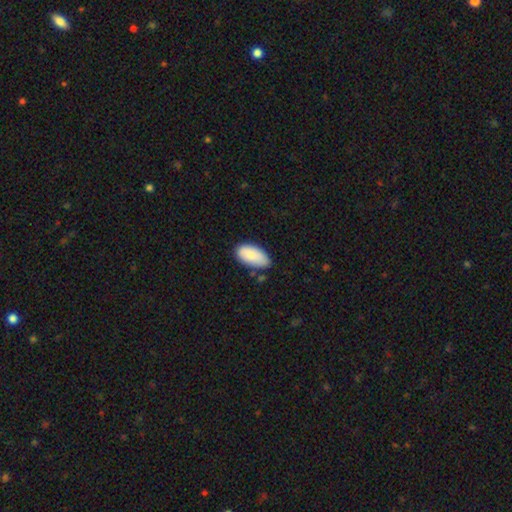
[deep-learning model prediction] Q: Smooth or featured?
A: smooth (82%); runner-up: featured or disk (12%)
Q: How rounded?
A: in between (95%); runner-up: cigar-shaped (3%)
Q: Merging?
A: none (65%); runner-up: minor disturbance (26%)